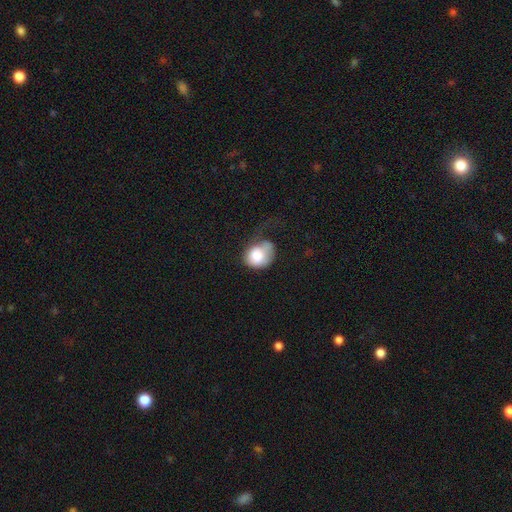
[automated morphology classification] smooth-or-featured: smooth: 78% | featured or disk: 15% | star or artifact: 7%
  how-rounded: in between: 52% | round: 47% | cigar-shaped: 1%
  merging: major disturbance: 40% | minor disturbance: 32% | none: 23% | merger: 5%